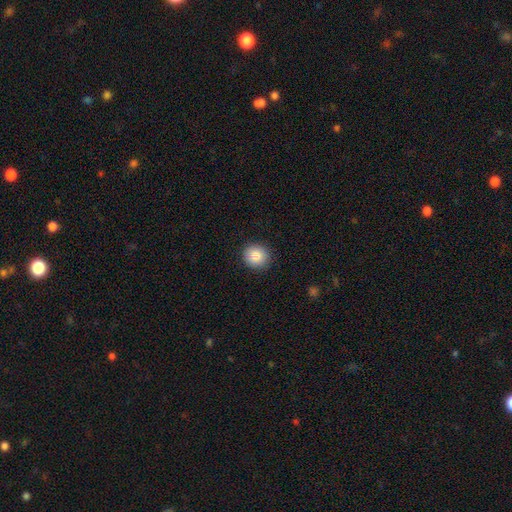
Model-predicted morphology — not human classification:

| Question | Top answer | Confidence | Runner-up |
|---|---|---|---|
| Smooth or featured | smooth | 87% | star or artifact (8%) |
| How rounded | round | 87% | in between (12%) |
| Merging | none | 90% | minor disturbance (7%) |